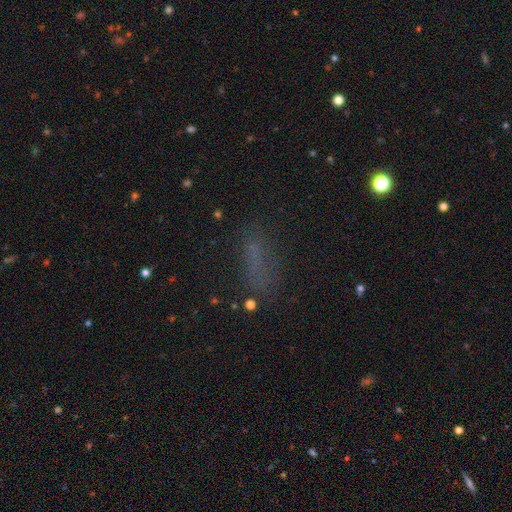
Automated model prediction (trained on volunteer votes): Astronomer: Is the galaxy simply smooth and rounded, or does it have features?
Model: smooth — 58%.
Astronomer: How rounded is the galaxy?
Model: in between — 54% (runner-up: cigar-shaped, 40%).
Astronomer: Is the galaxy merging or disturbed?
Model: none — 62%.